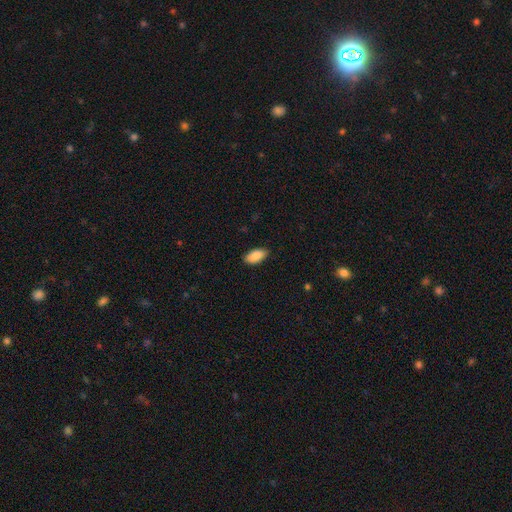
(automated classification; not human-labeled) Overall: smooth (87%). How rounded: in between (93%). Merging: none (86%).